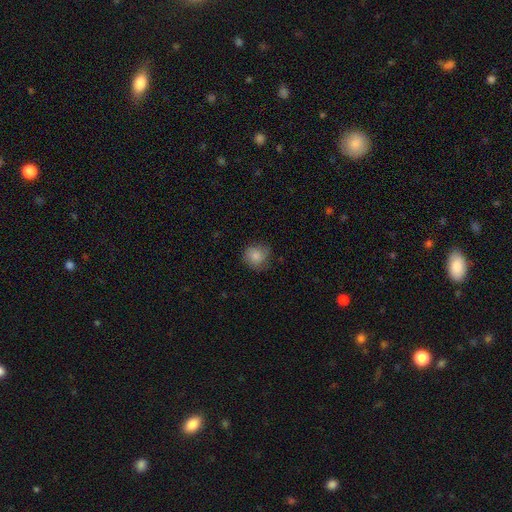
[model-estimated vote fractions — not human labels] Overall: smooth (82%). How rounded: round (86%). Merging: none (74%).